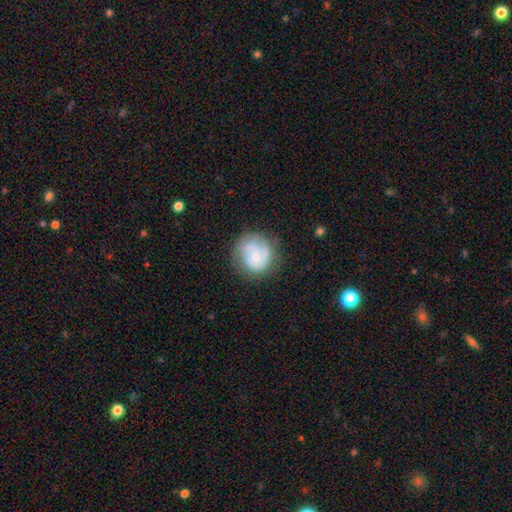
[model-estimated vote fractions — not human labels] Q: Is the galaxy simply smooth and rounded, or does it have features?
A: smooth — 47%.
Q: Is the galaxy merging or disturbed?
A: none — 68%.